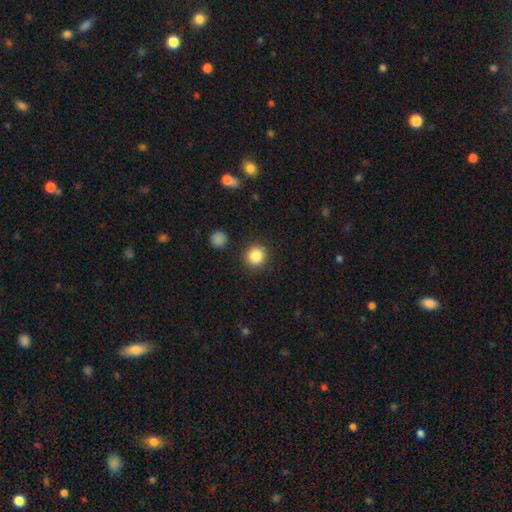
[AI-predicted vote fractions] The model was most divided on "smooth or featured": smooth: 86%, star or artifact: 9%, featured or disk: 5%. More confident: how rounded — round (90%); merging — none (90%).